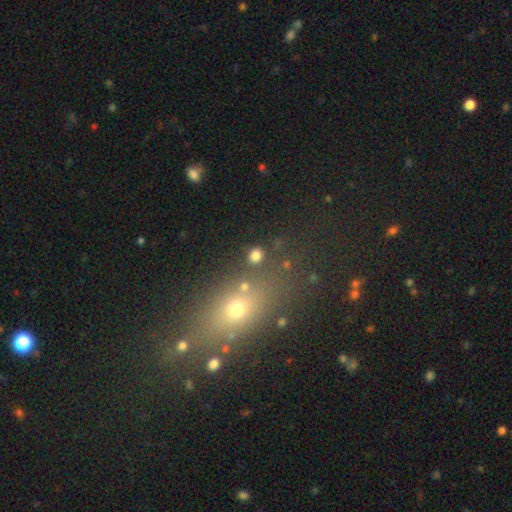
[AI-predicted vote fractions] Smooth or featured: smooth — 78% (star or artifact — 15%)
How rounded: round — 78% (in between — 21%)
Merging: none — 81% (minor disturbance — 8%)